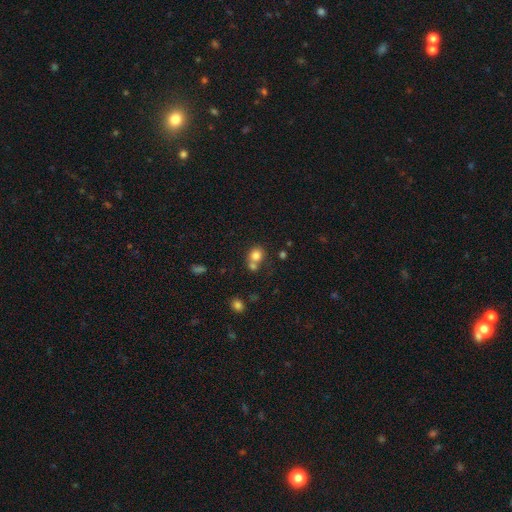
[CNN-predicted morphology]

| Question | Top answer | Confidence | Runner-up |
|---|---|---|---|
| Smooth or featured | smooth | 79% | star or artifact (11%) |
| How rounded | round | 75% | in between (24%) |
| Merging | none | 46% | merger (42%) |